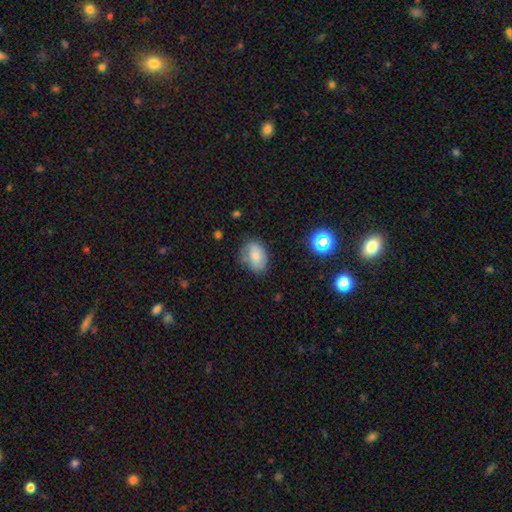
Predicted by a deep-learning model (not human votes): This is likely a smooth galaxy (75%). How rounded: clearly in between (83%). Merging: likely none (62%).